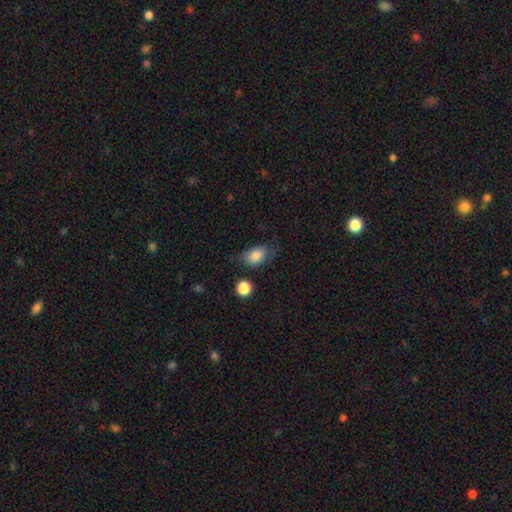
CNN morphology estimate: A smooth galaxy with no disk features (82%) that is in between round and cigar-shaped (81%).

Vote fractions:
- Smooth or featured? smooth: 82% / featured or disk: 10% / star or artifact: 8%
- How rounded? in between: 81% / round: 17% / cigar-shaped: 2%
- Merging? none: 56% / minor disturbance: 28% / major disturbance: 11% / merger: 4%